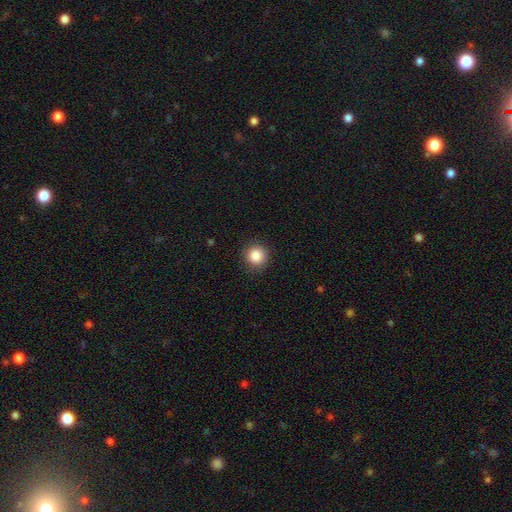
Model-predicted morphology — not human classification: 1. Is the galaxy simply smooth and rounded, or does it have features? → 86% smooth, 10% star or artifact, 4% featured or disk.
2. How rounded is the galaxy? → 94% round, 5% in between, 1% cigar-shaped.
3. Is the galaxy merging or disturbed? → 89% none, 7% minor disturbance, 2% major disturbance, 1% merger.